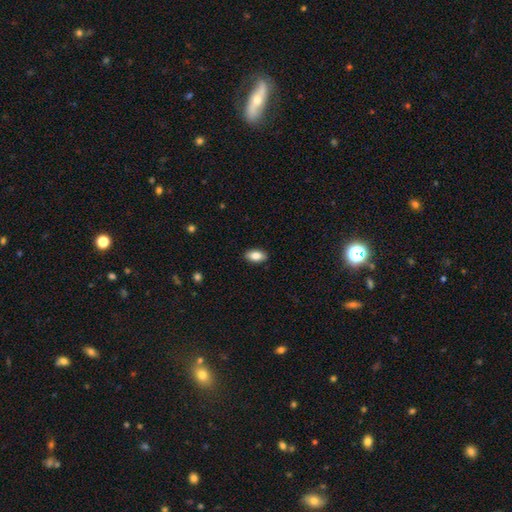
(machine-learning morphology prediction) The model was most divided on "smooth or featured": smooth: 84%, featured or disk: 8%, star or artifact: 7%. More confident: how rounded — in between (92%); merging — none (89%).